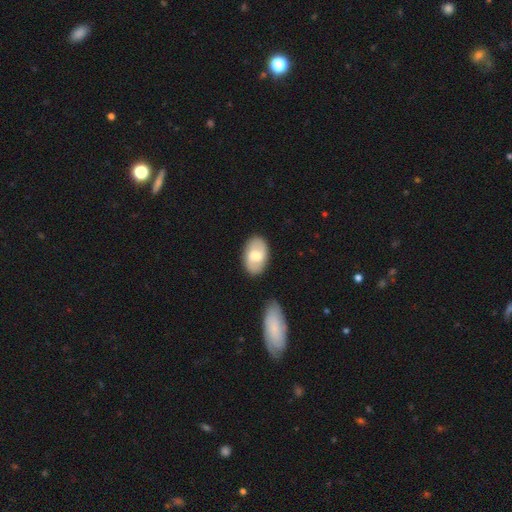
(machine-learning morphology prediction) Smooth or featured? smooth (50%)
Merging? none (83%)